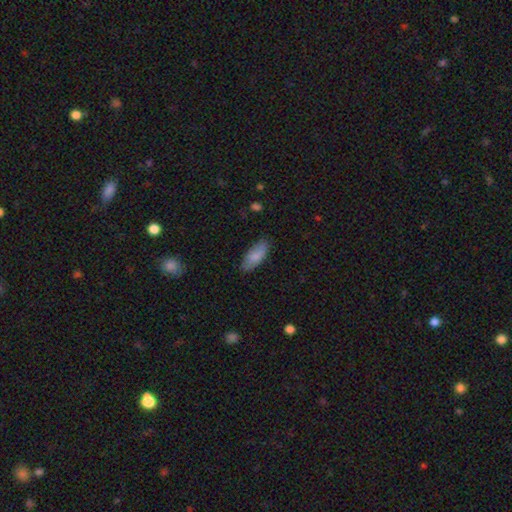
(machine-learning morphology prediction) Smooth or featured? Predicted: smooth (p=0.84). How rounded? Predicted: in between (p=0.82). Merging? Predicted: none (p=0.81).